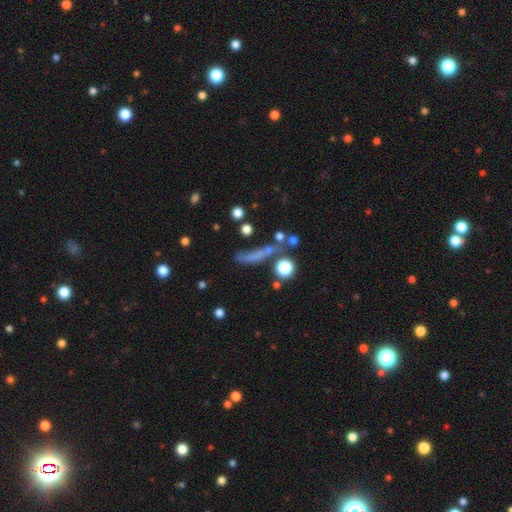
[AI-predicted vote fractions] A smooth galaxy with no disk features (54%) that is cigar-shaped (64%). Merging: none (47%).